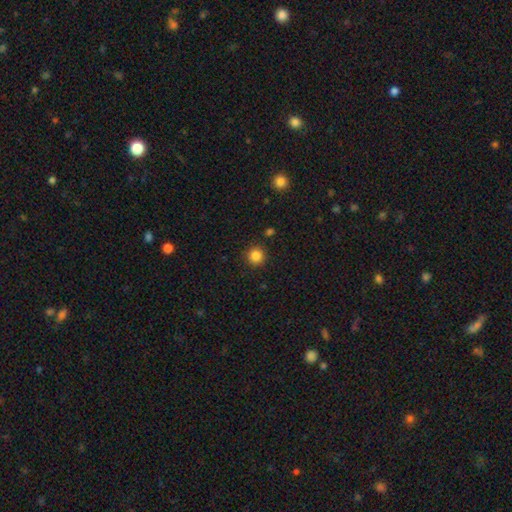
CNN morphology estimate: This appears to be a smooth galaxy with no disk features (85%) that is round (94%). Merging: none (90%).